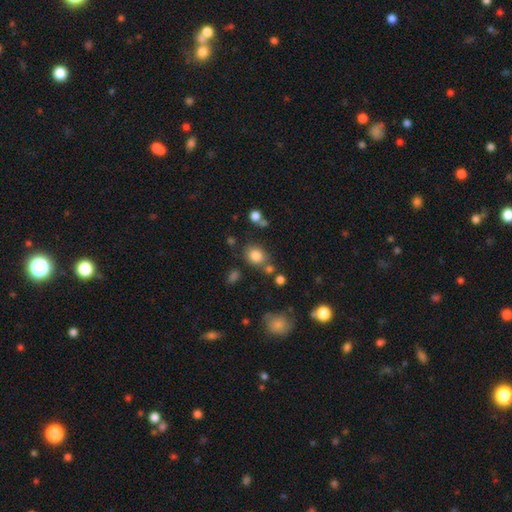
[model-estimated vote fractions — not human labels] Smooth or featured? smooth (83%)
How rounded? round (62%)
Merging? none (70%)